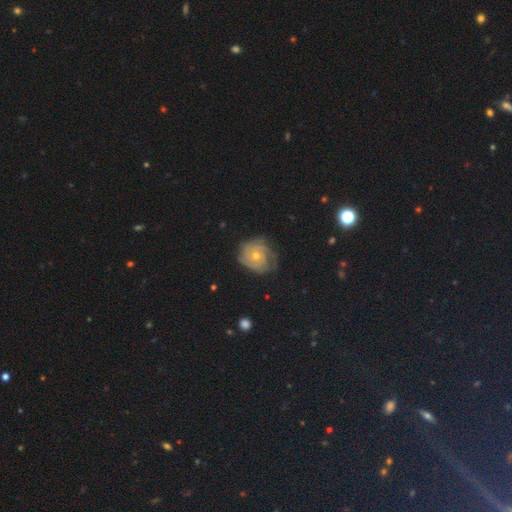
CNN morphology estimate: Overall: featured or disk (81%). Edge-on disk: no (98%). Bar: no (82%). Spiral arms: yes (95%). Spiral arm count: 3 (31%; can't tell 27%). Spiral winding: tight (71%). Bulge size: moderate (48%, tied with small). Merging: none (71%).